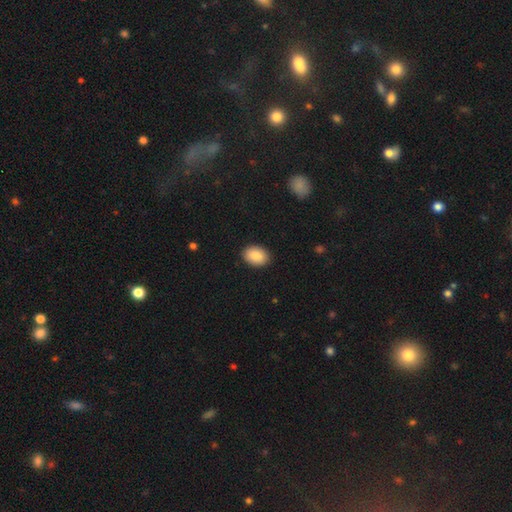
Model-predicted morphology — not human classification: A smooth galaxy with no disk features (88%) that is in between round and cigar-shaped (81%).

Vote fractions:
- Smooth or featured? smooth: 88% / star or artifact: 7% / featured or disk: 5%
- How rounded? in between: 81% / round: 18% / cigar-shaped: 1%
- Merging? none: 90% / minor disturbance: 7% / major disturbance: 2% / merger: 1%